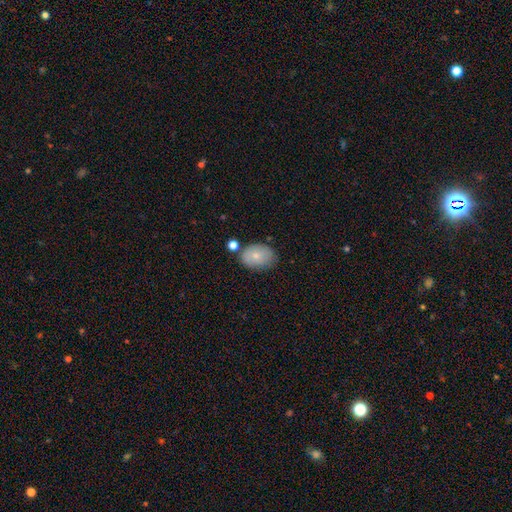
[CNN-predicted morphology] This is likely a smooth galaxy (75%). How rounded: likely in between (75%). Merging: likely none (67%).